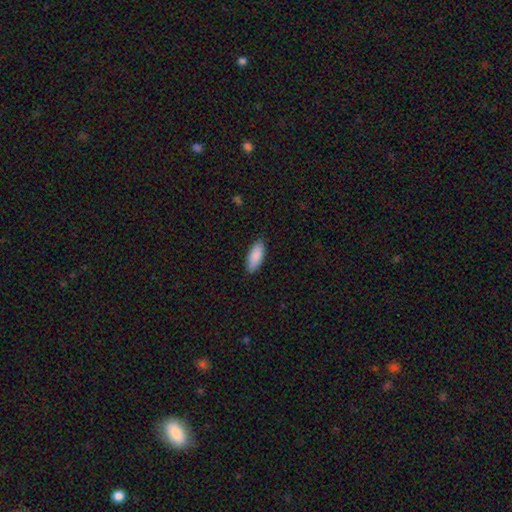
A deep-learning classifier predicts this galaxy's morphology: Smooth or featured? smooth (88%)
How rounded? in between (81%)
Merging? none (86%)